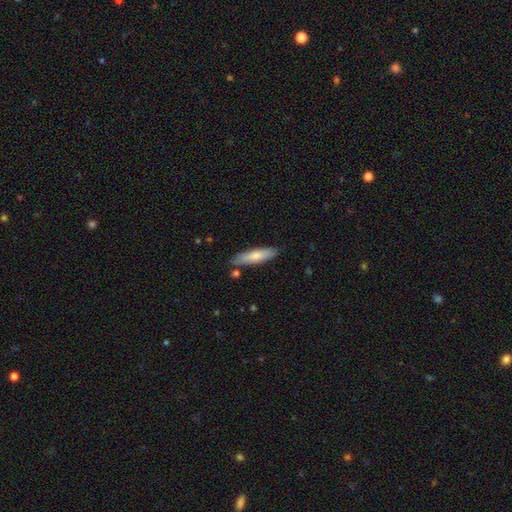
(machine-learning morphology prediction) type=smooth (73%); roundness=cigar-shaped (73%); merging=none (82%).